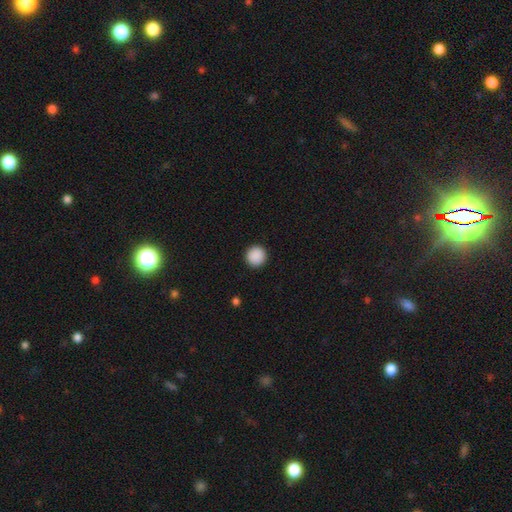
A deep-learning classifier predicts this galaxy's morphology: This appears to be a smooth galaxy with no disk features (90%) that is round (95%). Merging: none (93%).